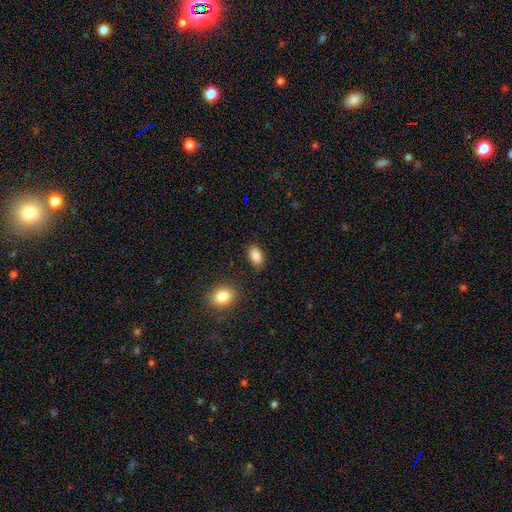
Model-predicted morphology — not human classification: Smooth or featured?
  - smooth: 86% *
  - star or artifact: 8%
  - featured or disk: 6%
How rounded?
  - in between: 91% *
  - round: 7%
  - cigar-shaped: 2%
Merging?
  - none: 85% *
  - minor disturbance: 11%
  - major disturbance: 2%
  - merger: 2%